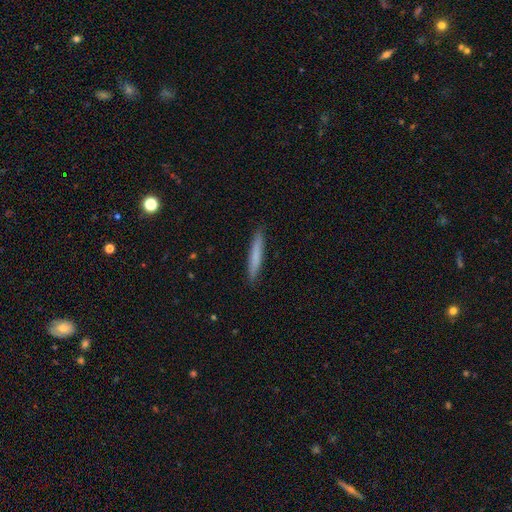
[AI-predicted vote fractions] Overall: smooth (74%). How rounded: cigar-shaped (96%). Merging: none (91%).